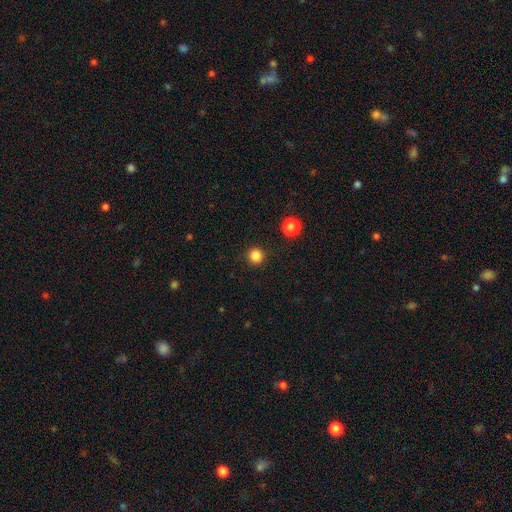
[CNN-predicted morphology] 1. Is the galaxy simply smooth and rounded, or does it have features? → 84% smooth, 12% star or artifact, 3% featured or disk.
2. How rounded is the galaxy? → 95% round, 4% in between, 1% cigar-shaped.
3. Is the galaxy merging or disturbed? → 92% none, 5% minor disturbance, 2% major disturbance, 1% merger.